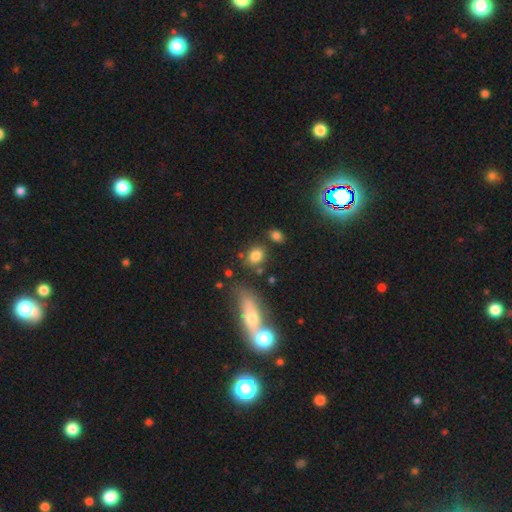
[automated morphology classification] This appears to be a smooth galaxy with no disk features (81%) that is in between round and cigar-shaped (53%). Merging: none (72%).